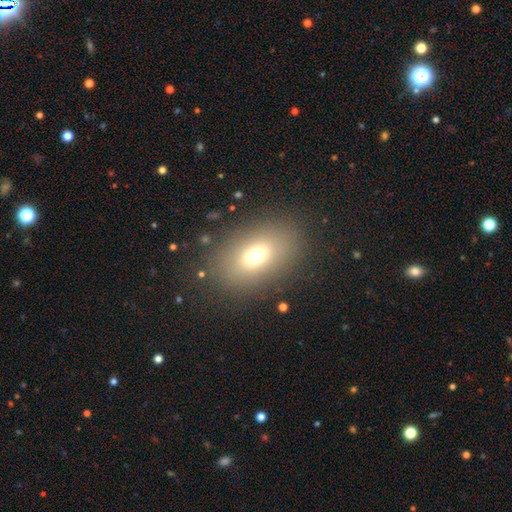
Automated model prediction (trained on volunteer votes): This appears to be a smooth galaxy with no disk features (69%) that is in between round and cigar-shaped (80%). Merging: none (83%).